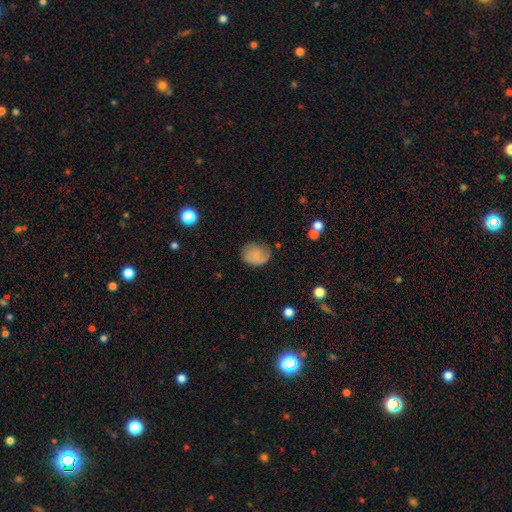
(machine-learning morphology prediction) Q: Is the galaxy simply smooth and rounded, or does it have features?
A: smooth — 68%.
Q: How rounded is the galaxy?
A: round — 56%.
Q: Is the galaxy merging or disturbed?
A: none — 65%.